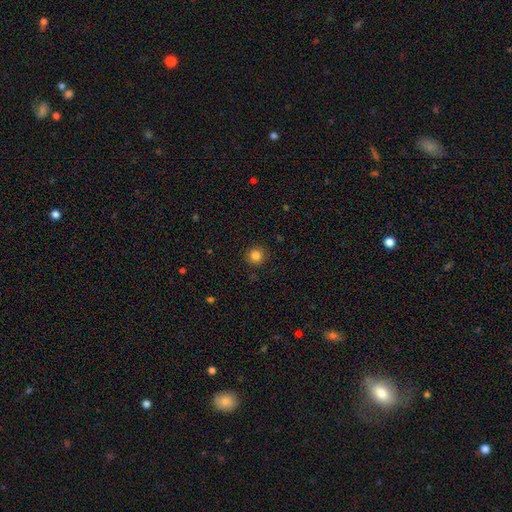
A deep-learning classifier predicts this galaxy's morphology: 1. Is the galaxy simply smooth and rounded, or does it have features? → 84% smooth, 12% star or artifact, 4% featured or disk.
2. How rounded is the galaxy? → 94% round, 6% in between, 1% cigar-shaped.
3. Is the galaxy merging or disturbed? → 91% none, 6% minor disturbance, 2% major disturbance, 1% merger.